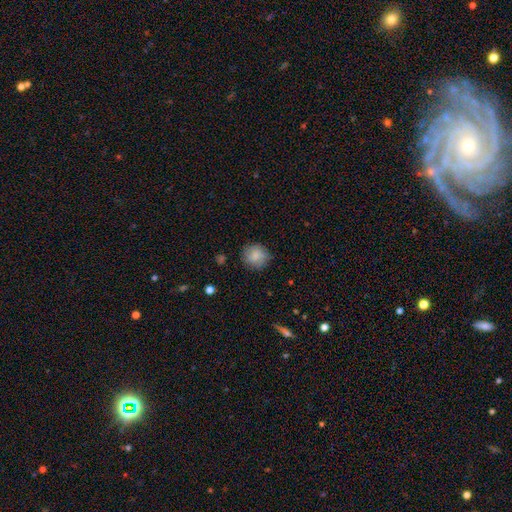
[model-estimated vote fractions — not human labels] Overall: smooth (82%). How rounded: round (89%). Merging: none (83%).